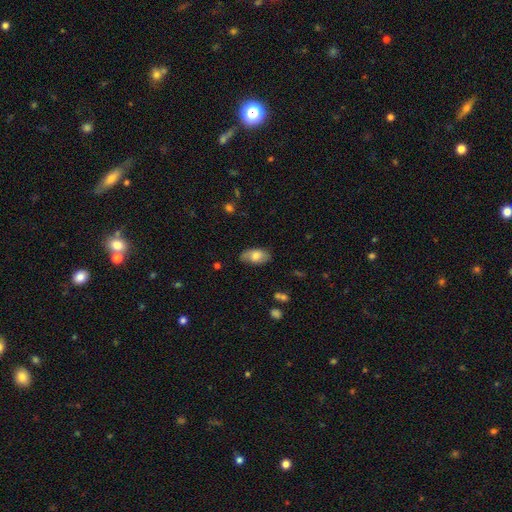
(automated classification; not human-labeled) smooth 69%, featured or disk 23%, star or artifact 7%. Down the decision tree: how rounded — in between (93%); merging — none (74%).